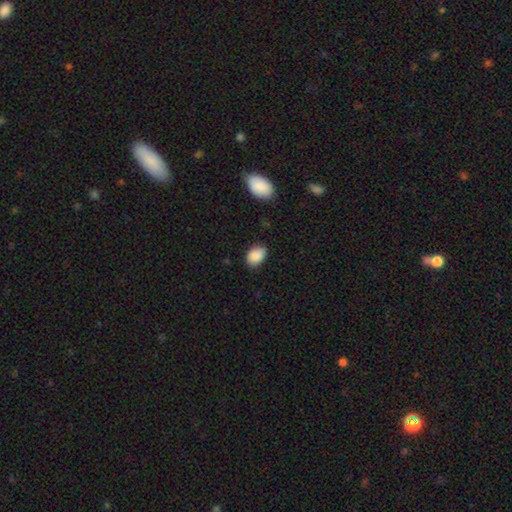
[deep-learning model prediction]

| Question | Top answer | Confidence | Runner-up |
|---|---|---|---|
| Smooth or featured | smooth | 88% | star or artifact (8%) |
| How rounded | in between | 81% | round (18%) |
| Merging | none | 76% | minor disturbance (19%) |